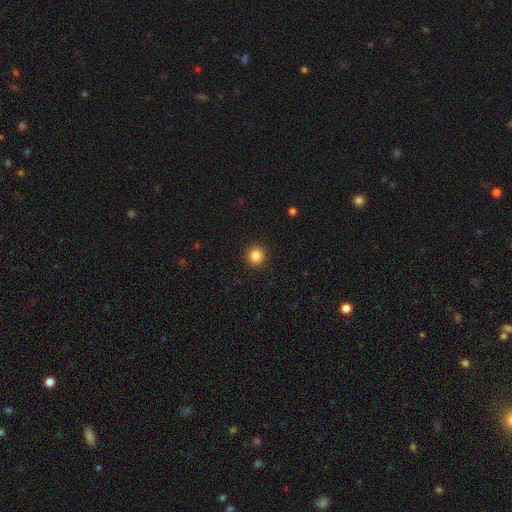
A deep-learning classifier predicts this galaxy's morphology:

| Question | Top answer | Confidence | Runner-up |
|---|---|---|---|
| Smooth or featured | smooth | 85% | star or artifact (11%) |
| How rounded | round | 94% | in between (5%) |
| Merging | none | 92% | minor disturbance (5%) |